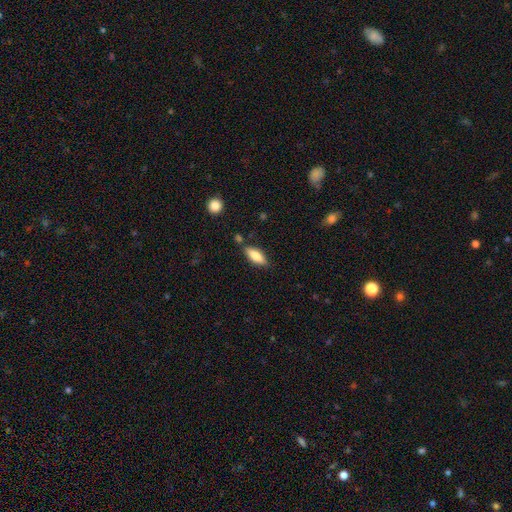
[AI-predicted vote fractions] Q: Smooth or featured?
A: smooth (74%); runner-up: featured or disk (19%)
Q: How rounded?
A: in between (69%); runner-up: cigar-shaped (29%)
Q: Merging?
A: none (79%); runner-up: minor disturbance (13%)